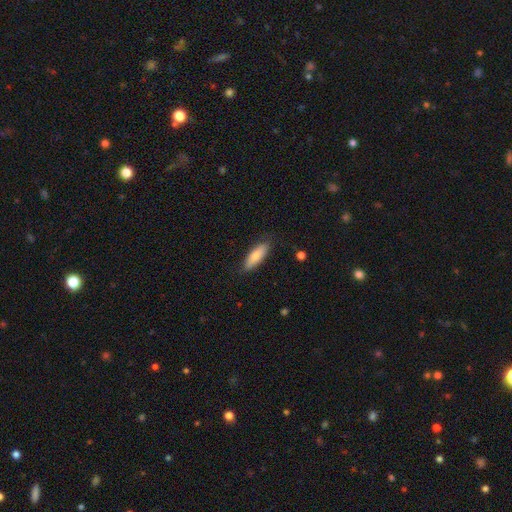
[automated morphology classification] type=smooth (78%); roundness=in between (62%); merging=none (83%).